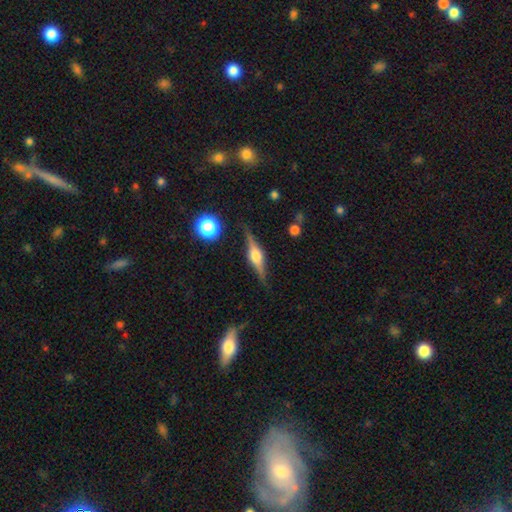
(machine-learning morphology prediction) Overall: featured or disk (79%). Edge-on disk: yes (97%). Edge-on bulge: rounded (90%). Merging: none (87%).